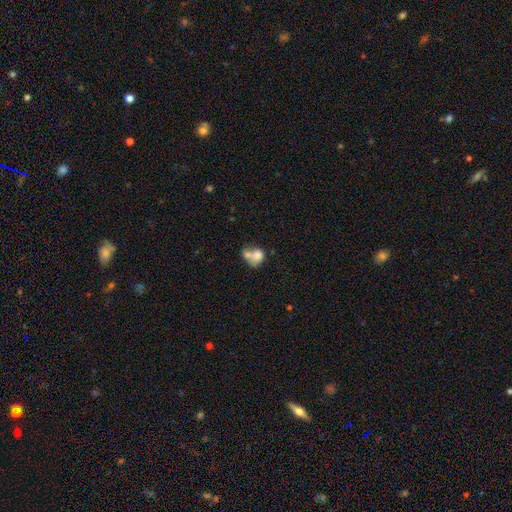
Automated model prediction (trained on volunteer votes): A smooth galaxy with no disk features (69%) that is round (52%). Merging: merger (61%).